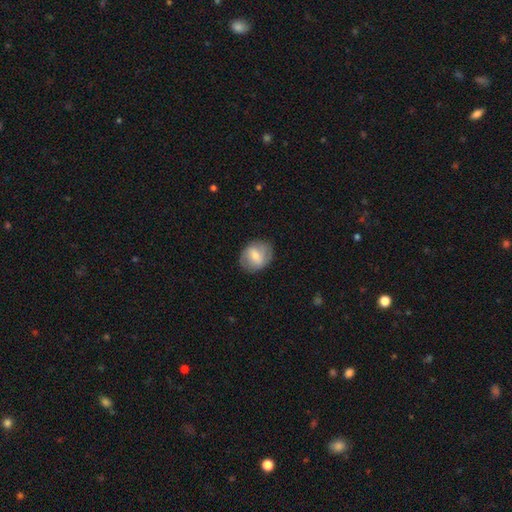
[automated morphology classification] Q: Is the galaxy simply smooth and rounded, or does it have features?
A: smooth — 55%.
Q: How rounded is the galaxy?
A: round — 52%.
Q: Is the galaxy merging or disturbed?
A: none — 78%.